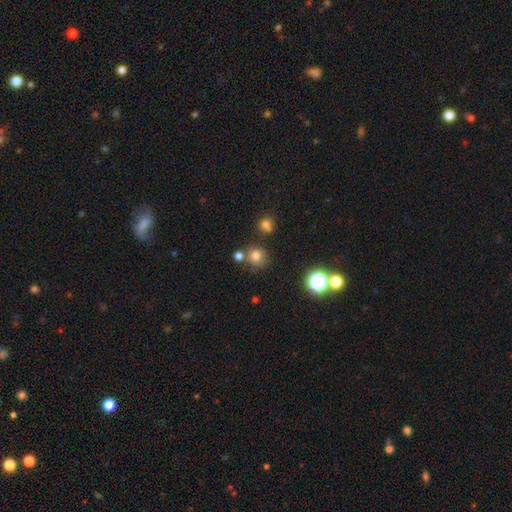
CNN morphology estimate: smooth 73%, star or artifact 20%, featured or disk 8%. Down the decision tree: how rounded — round (87%); merging — none (72%).